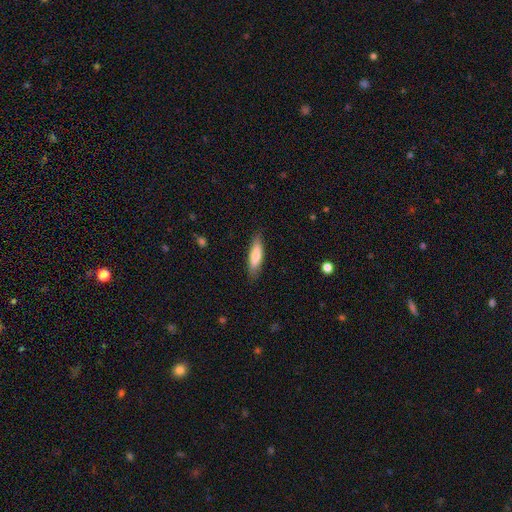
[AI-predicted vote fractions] A smooth galaxy with no disk features (74%) that is cigar-shaped (63%). Merging: none (84%).